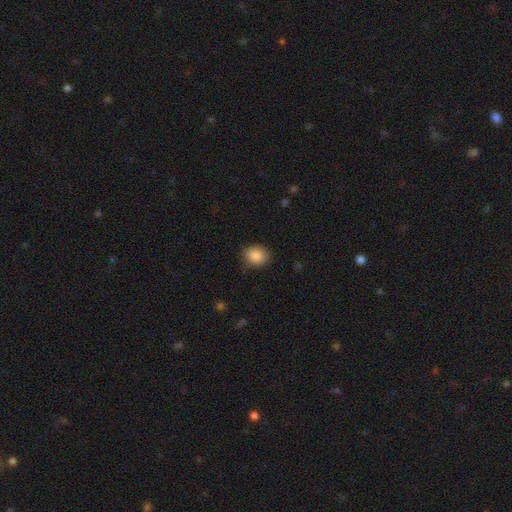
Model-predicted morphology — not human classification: This is clearly a smooth galaxy (88%). How rounded: possibly round (56%). Merging: clearly none (81%).